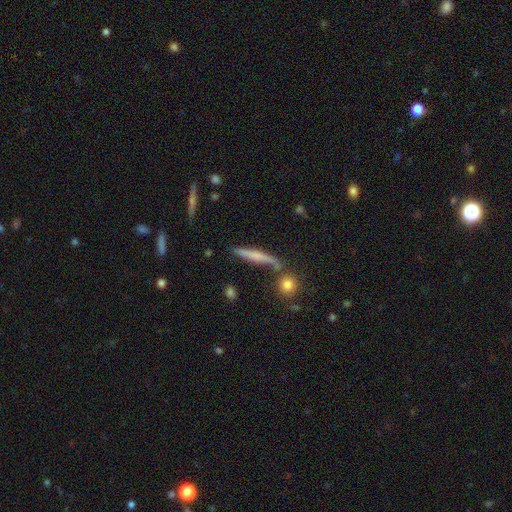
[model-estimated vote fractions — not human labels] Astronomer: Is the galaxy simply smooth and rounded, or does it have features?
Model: smooth — 52% (runner-up: featured or disk, 40%).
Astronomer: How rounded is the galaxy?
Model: cigar-shaped — 90%.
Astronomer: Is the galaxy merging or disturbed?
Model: none — 72%.